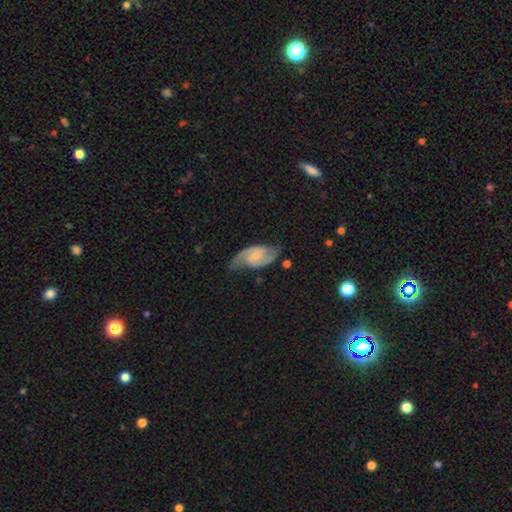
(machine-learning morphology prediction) smooth_or_featured: featured or disk (p=0.86) [alt: smooth p=0.09]
disk_edge_on: no (p=0.97) [alt: yes p=0.03]
bar: no (p=0.51) [alt: weak p=0.40]
has_spiral_arms: yes (p=0.97) [alt: no p=0.03]
spiral_winding: medium (p=0.52) [alt: loose p=0.26]
spiral_arm_count: 2 (p=0.92) [alt: can't tell p=0.03]
bulge_size: small (p=0.62) [alt: moderate p=0.25]
merging: none (p=0.71) [alt: minor disturbance p=0.20]